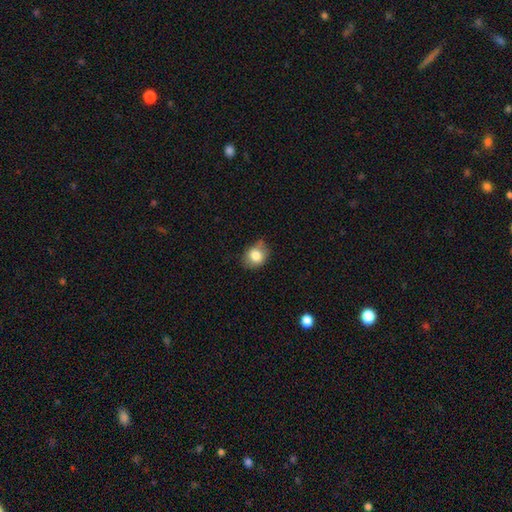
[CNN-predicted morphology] Q: Smooth or featured?
A: smooth (81%); runner-up: featured or disk (10%)
Q: How rounded?
A: round (52%); runner-up: in between (47%)
Q: Merging?
A: none (60%); runner-up: minor disturbance (31%)